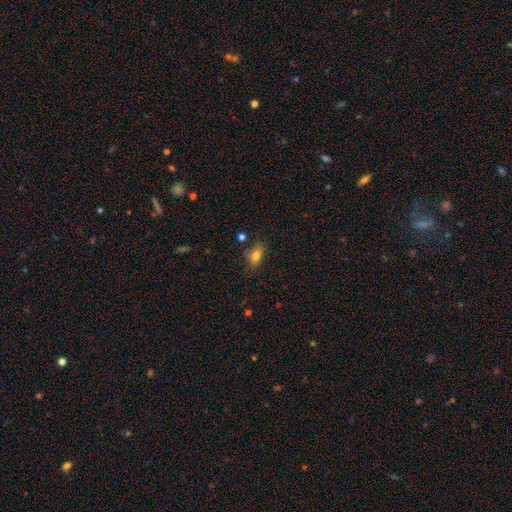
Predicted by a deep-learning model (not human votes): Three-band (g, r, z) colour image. It shows a smooth galaxy with no disk features (79%) that is in between round and cigar-shaped (82%). Merging: none (67%).